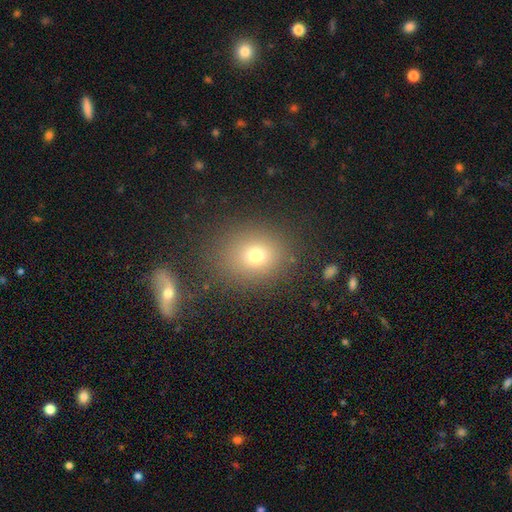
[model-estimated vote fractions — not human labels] smooth_or_featured: smooth (p=0.71) [alt: star or artifact p=0.16]
how_rounded: round (p=0.66) [alt: in between p=0.33]
merging: none (p=0.79) [alt: minor disturbance p=0.10]